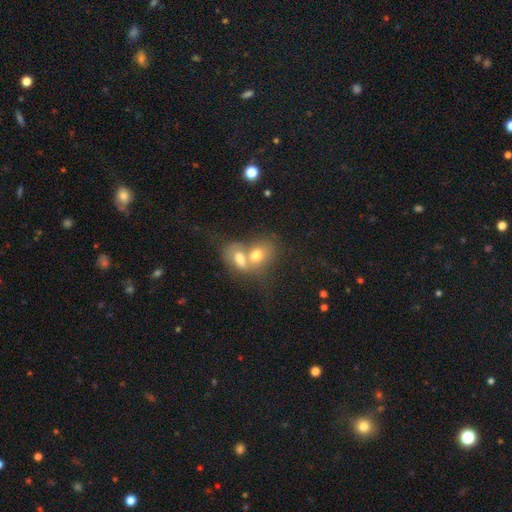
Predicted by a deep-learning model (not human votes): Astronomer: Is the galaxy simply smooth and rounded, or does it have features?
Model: smooth — 66%.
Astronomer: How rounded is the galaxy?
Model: in between — 66%.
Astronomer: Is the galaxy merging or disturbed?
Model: merger — 73%.